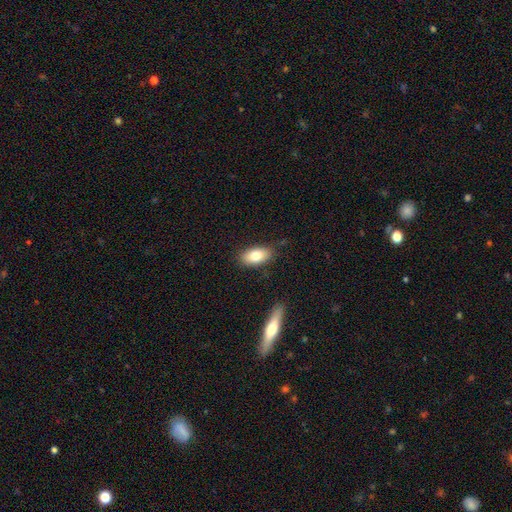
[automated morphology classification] Smooth or featured?
  - smooth: 80% *
  - featured or disk: 13%
  - star or artifact: 7%
How rounded?
  - in between: 90% *
  - cigar-shaped: 7%
  - round: 4%
Merging?
  - none: 82% *
  - minor disturbance: 12%
  - major disturbance: 3%
  - merger: 2%